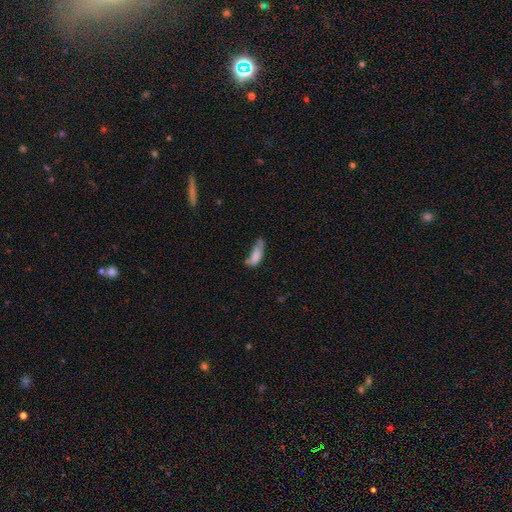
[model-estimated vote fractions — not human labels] Smooth or featured?
  - smooth: 73% *
  - featured or disk: 18%
  - star or artifact: 9%
How rounded?
  - in between: 69% *
  - cigar-shaped: 28%
  - round: 2%
Merging?
  - minor disturbance: 33% *
  - none: 28%
  - major disturbance: 25%
  - merger: 14%